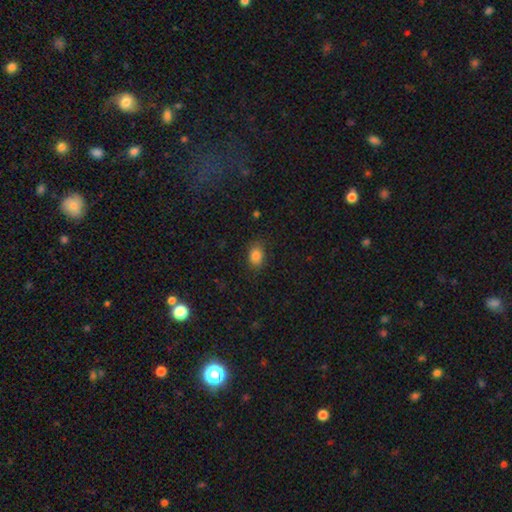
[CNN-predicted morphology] Smooth or featured? smooth (85%)
How rounded? in between (70%)
Merging? none (81%)